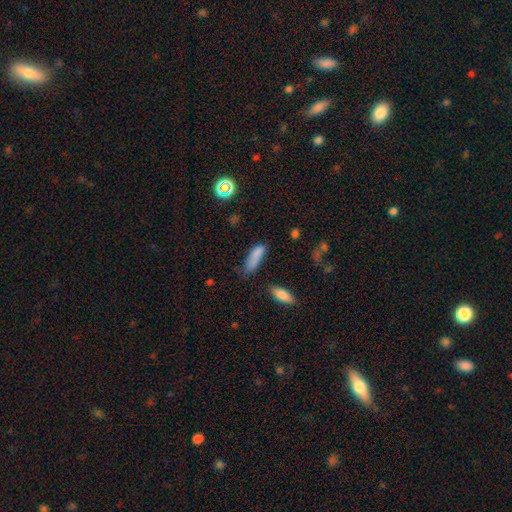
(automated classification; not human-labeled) Smooth or featured? smooth (81%)
How rounded? in between (52%)
Merging? none (51%)